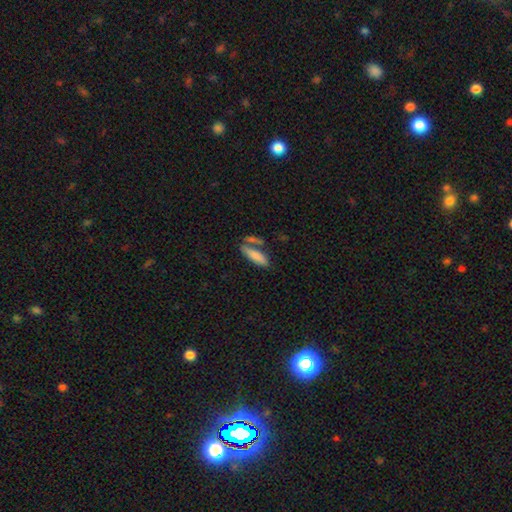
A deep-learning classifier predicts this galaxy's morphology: This appears to be a smooth galaxy with no disk features (80%) that is cigar-shaped (51%). Merging: none (52%).